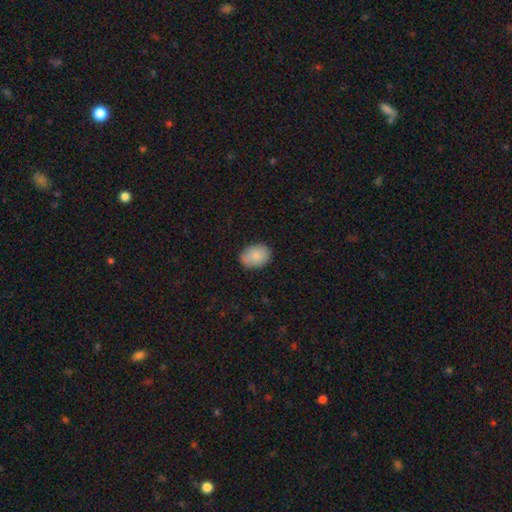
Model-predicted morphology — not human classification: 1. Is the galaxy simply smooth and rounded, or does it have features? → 87% smooth, 7% featured or disk, 6% star or artifact.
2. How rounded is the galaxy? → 71% in between, 28% round, 1% cigar-shaped.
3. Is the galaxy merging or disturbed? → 86% none, 11% minor disturbance, 2% major disturbance, 1% merger.